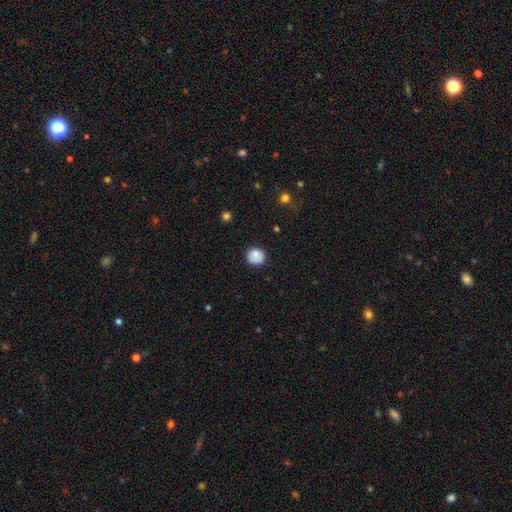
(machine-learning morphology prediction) The model was most divided on "merging": none: 83%, minor disturbance: 13%, major disturbance: 3%, merger: 2%. More confident: how rounded — round (90%); smooth or featured — smooth (82%).